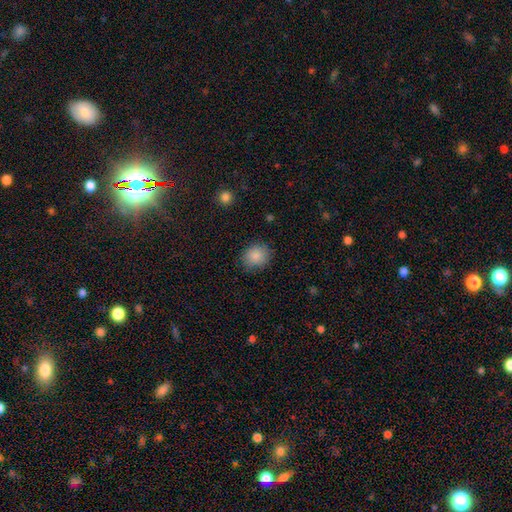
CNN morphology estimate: Smooth or featured? smooth (87%)
How rounded? round (73%)
Merging? none (86%)